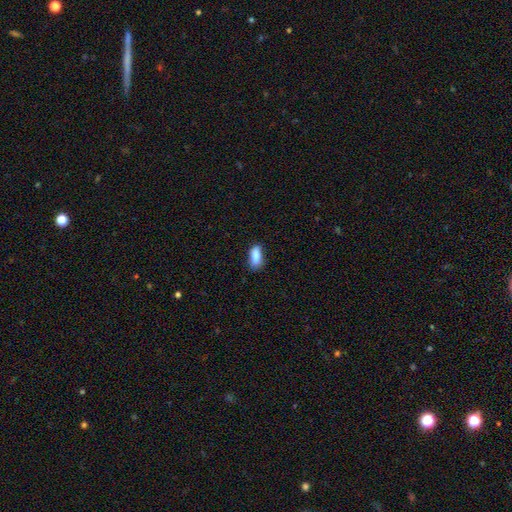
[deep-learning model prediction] smooth 86%, star or artifact 8%, featured or disk 7%. Down the decision tree: how rounded — in between (78%); merging — none (72%).